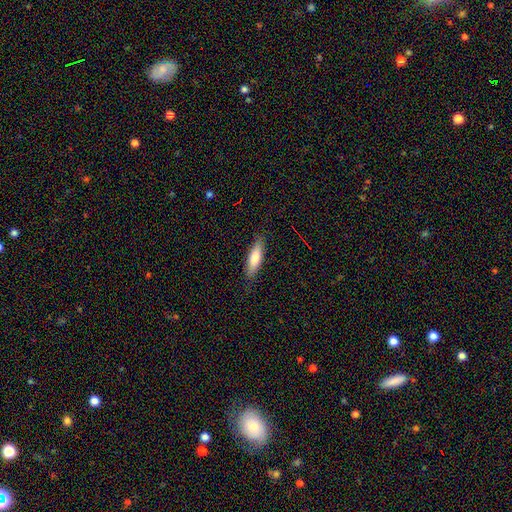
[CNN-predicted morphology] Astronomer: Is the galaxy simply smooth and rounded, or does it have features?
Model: smooth — 74%.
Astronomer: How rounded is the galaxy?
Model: cigar-shaped — 66%.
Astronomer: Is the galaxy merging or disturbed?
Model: none — 84%.